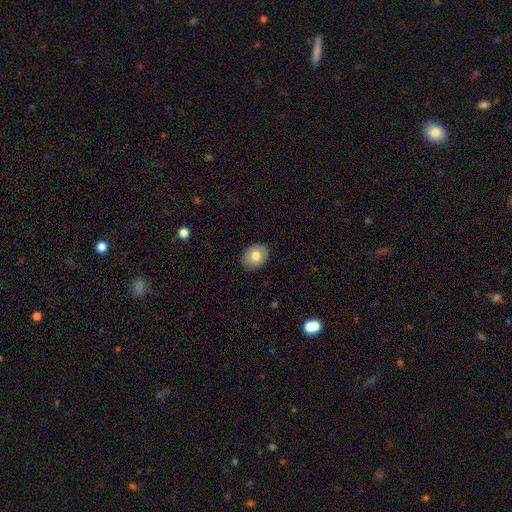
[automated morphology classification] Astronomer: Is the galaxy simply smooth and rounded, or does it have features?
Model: smooth — 77%.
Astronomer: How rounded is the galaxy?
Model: in between — 56% (runner-up: round, 43%).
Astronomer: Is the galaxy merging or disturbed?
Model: none — 87%.